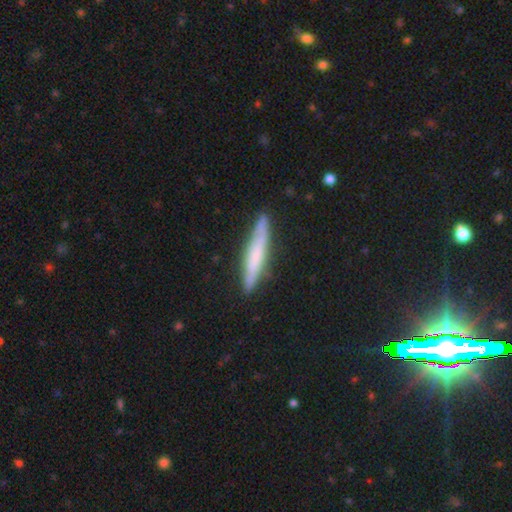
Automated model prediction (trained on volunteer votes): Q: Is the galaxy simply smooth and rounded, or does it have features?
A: smooth — 50%.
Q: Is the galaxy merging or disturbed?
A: none — 84%.